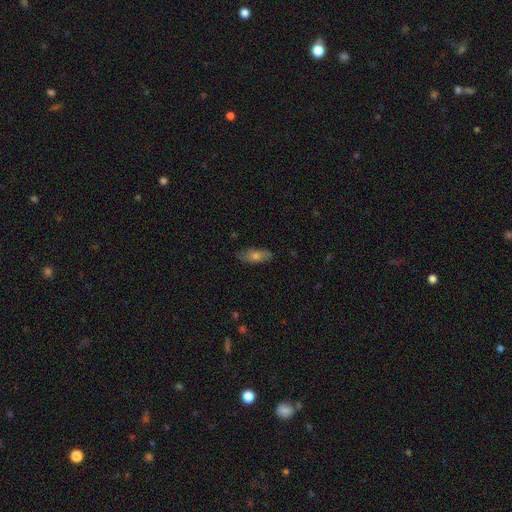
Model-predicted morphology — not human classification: This appears to be a smooth galaxy with no disk features (57%) that is in between round and cigar-shaped (72%). Merging: none (82%).